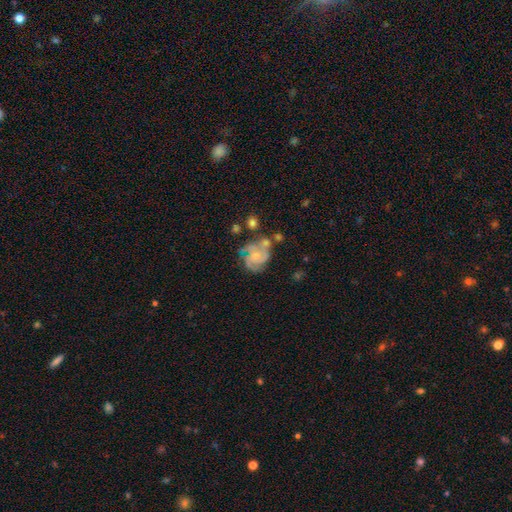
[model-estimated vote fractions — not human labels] Smooth or featured? Predicted: featured or disk (p=0.80). Edge-on disk? Predicted: no (p=0.98). Bar? Predicted: no (p=0.77). Spiral arms? Predicted: yes (p=0.95). Spiral winding? Predicted: tight (p=0.54). Spiral arm count? Predicted: 3 (p=0.52). Bulge size? Predicted: small (p=0.65). Merging? Predicted: none (p=0.56).